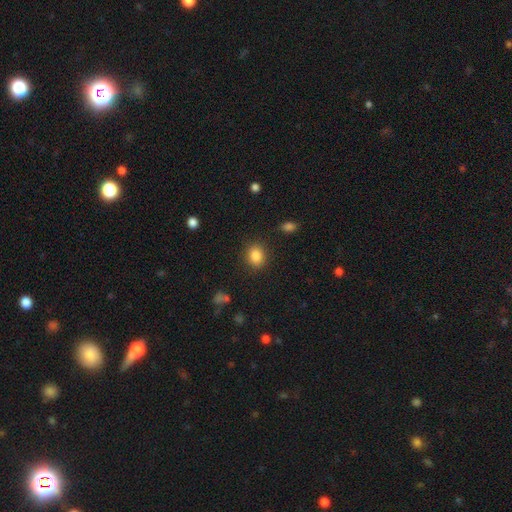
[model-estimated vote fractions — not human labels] Smooth or featured: smooth — 85% (star or artifact — 10%)
How rounded: round — 54% (in between — 45%)
Merging: none — 87% (minor disturbance — 9%)